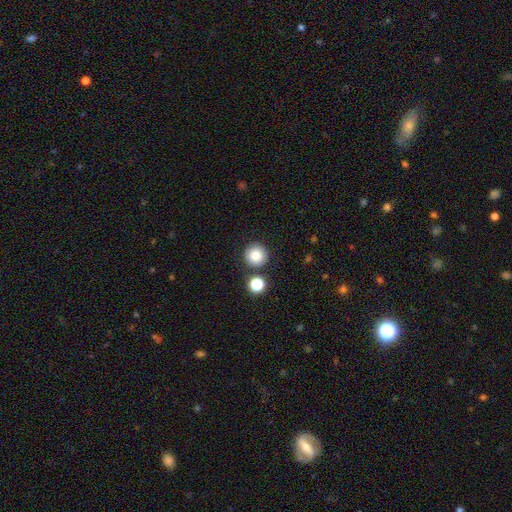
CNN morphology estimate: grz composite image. It shows a smooth galaxy with no disk features (83%) that is round (96%). Merging: none (85%).